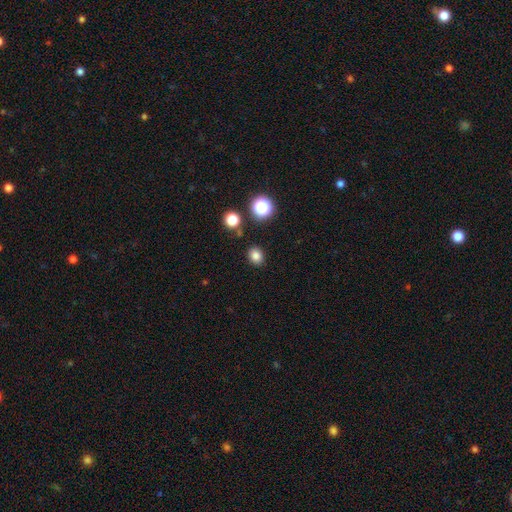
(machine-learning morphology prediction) This is clearly a smooth galaxy (81%). How rounded: possibly round (55%). Merging: clearly none (85%).